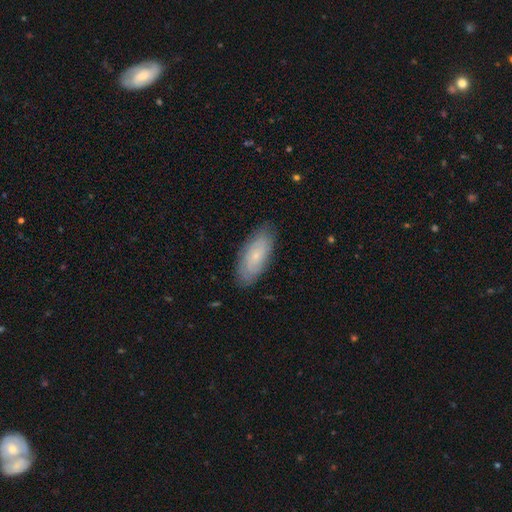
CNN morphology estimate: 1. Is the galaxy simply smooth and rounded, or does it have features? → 48% smooth, 45% featured or disk, 7% star or artifact.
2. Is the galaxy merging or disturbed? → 82% none, 14% minor disturbance, 3% major disturbance, 1% merger.